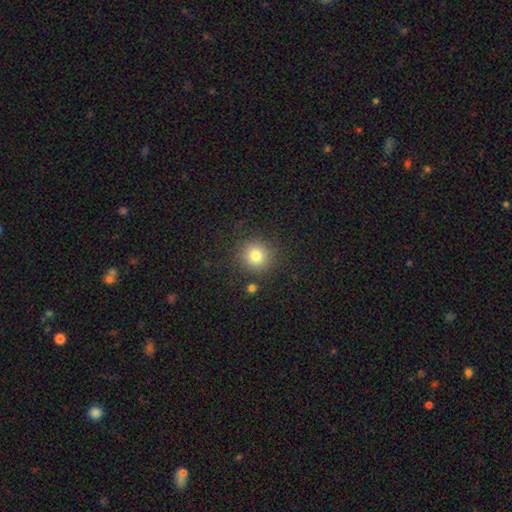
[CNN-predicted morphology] Smooth or featured?
  - smooth: 79% *
  - star or artifact: 13%
  - featured or disk: 8%
How rounded?
  - round: 93% *
  - in between: 7%
  - cigar-shaped: 1%
Merging?
  - none: 87% *
  - minor disturbance: 7%
  - major disturbance: 3%
  - merger: 3%